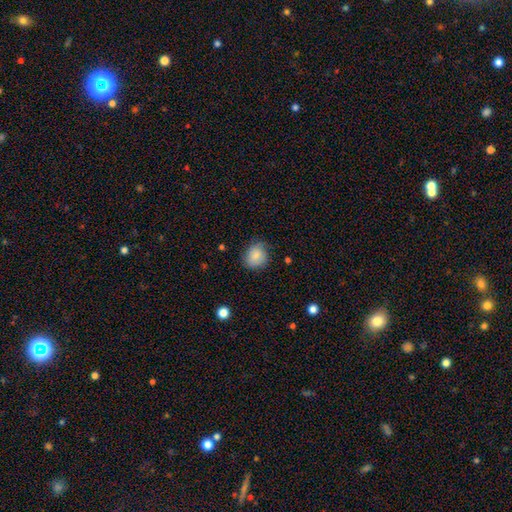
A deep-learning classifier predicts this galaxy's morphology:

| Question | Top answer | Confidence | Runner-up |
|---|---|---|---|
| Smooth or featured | smooth | 82% | featured or disk (10%) |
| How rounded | round | 67% | in between (32%) |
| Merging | none | 70% | minor disturbance (24%) |